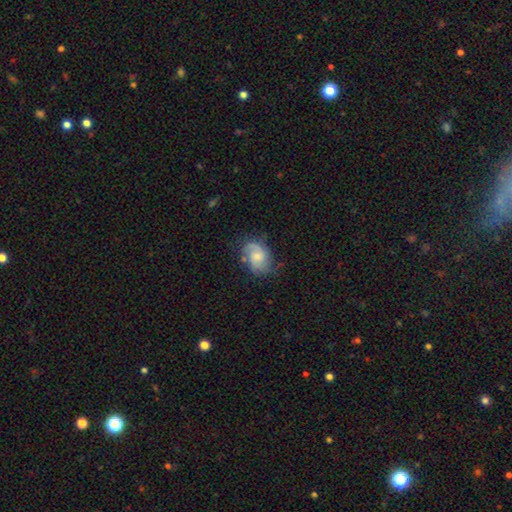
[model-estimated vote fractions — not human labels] smooth-or-featured: featured or disk: 57% | smooth: 35% | star or artifact: 8%
  disk-edge-on: no: 97% | yes: 3%
    bar: no: 65% | weak: 31% | strong: 4%
    has-spiral-arms: yes: 88% | no: 12%
    bulge-size: moderate: 45% | small: 41% | none: 7% | large: 5% | dominant: 1%
  merging: none: 63% | minor disturbance: 25% | major disturbance: 10% | merger: 3%